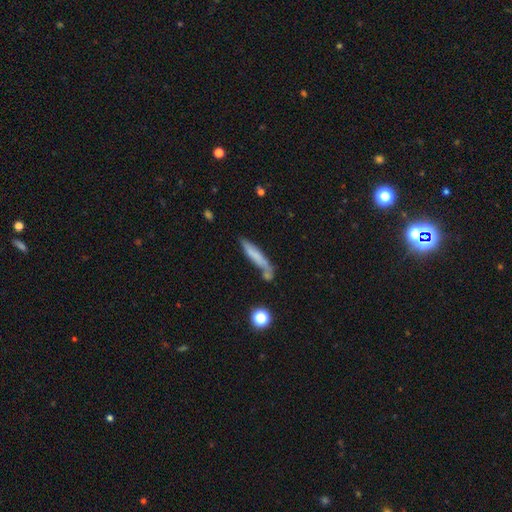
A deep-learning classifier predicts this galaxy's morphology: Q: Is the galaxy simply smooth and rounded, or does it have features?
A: smooth — 67%.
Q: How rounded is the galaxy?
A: cigar-shaped — 88%.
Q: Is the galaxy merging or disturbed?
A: none — 55%.